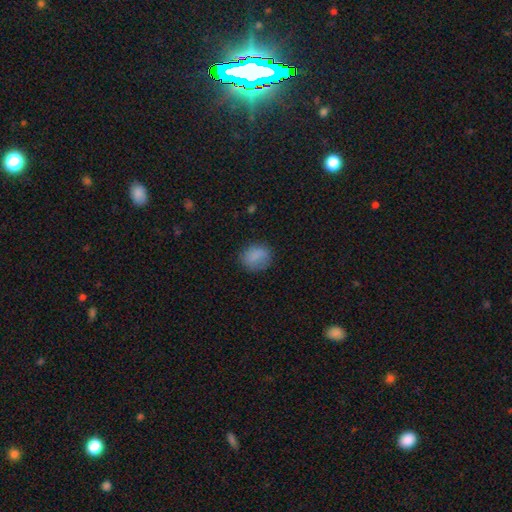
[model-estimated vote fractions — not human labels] Smooth or featured? smooth (83%)
How rounded? round (56%)
Merging? none (77%)